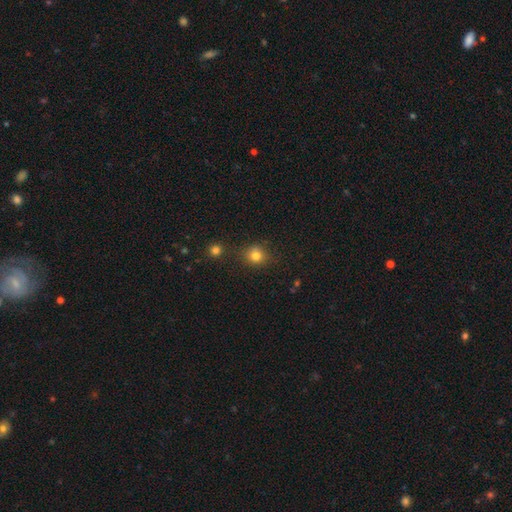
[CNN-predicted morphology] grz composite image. It shows a smooth galaxy with no disk features (80%) that is round (82%). Merging: none (79%).